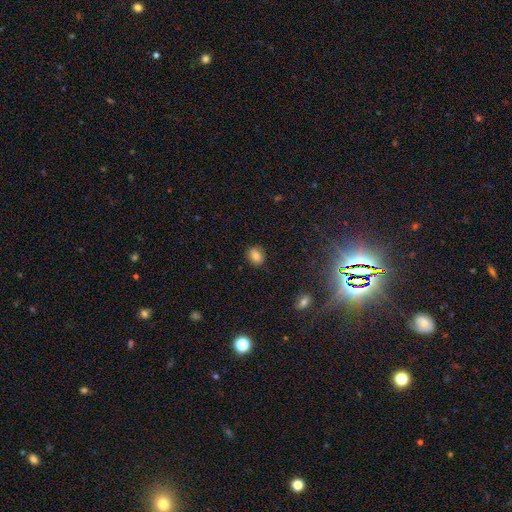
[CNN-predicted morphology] Overall: smooth (81%). How rounded: round (55%; in between 44%). Merging: none (88%).